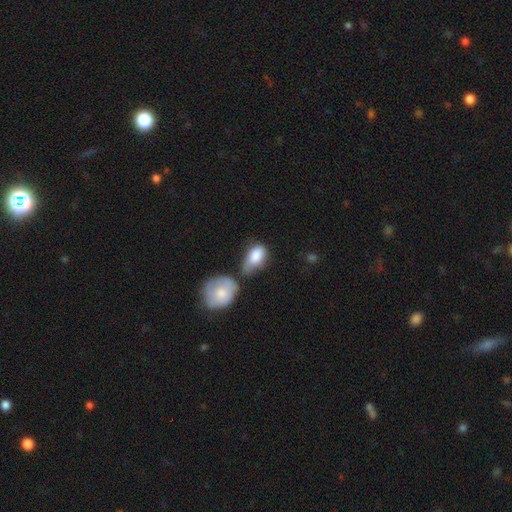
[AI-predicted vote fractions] smooth_or_featured: smooth (p=0.81) [alt: featured or disk p=0.12]
how_rounded: in between (p=0.89) [alt: round p=0.09]
merging: merger (p=0.28) [tied with: minor disturbance p=0.28]